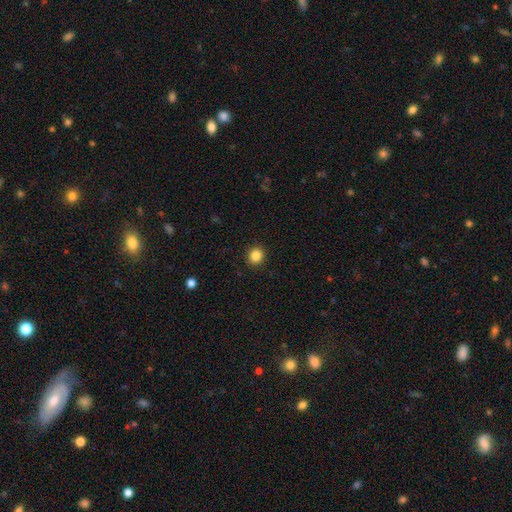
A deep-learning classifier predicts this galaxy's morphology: Smooth or featured: smooth — 85% (star or artifact — 11%)
How rounded: round — 89% (in between — 10%)
Merging: none — 92% (minor disturbance — 5%)